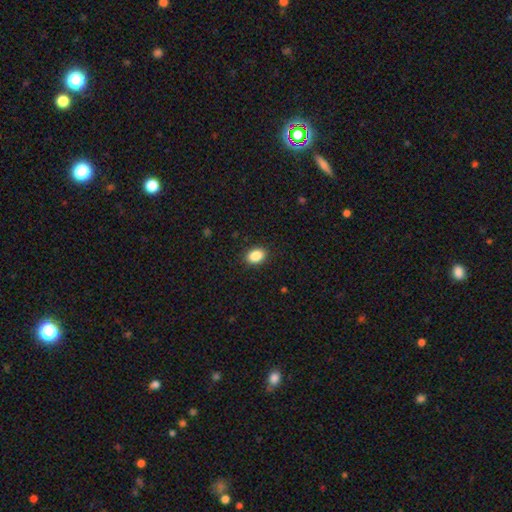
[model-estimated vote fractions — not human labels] Overall: smooth (88%). How rounded: in between (76%). Merging: none (90%).